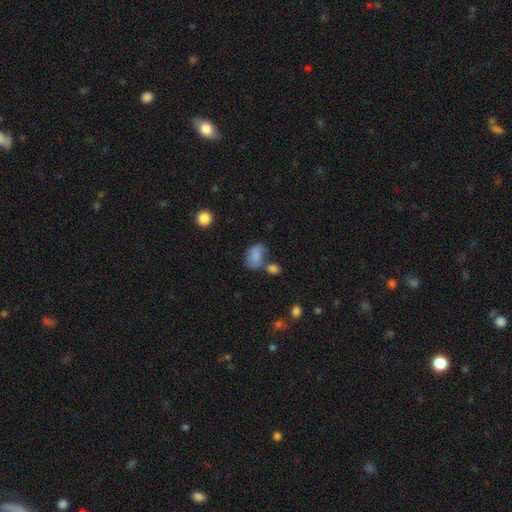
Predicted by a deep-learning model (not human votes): smooth_or_featured: smooth (p=0.80) [alt: featured or disk p=0.11]
how_rounded: in between (p=0.85) [alt: round p=0.13]
merging: none (p=0.40) [alt: merger p=0.27]